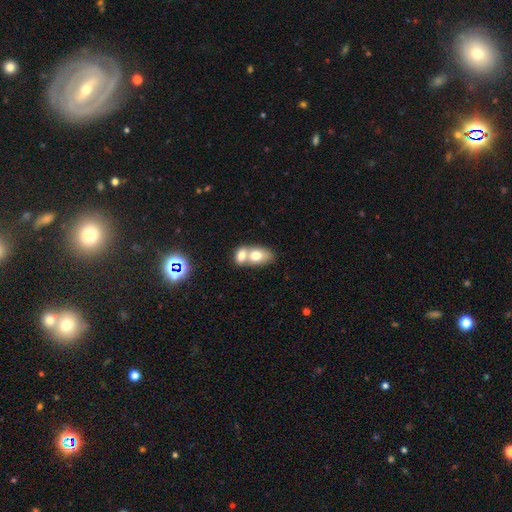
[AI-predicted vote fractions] smooth_or_featured: smooth (p=0.70) [alt: featured or disk p=0.22]
how_rounded: in between (p=0.81) [alt: round p=0.17]
merging: merger (p=0.72) [alt: none p=0.18]